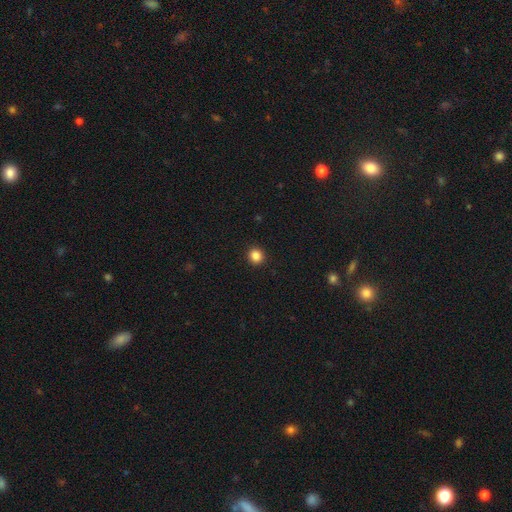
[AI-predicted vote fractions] Q: Smooth or featured?
A: smooth (86%); runner-up: star or artifact (11%)
Q: How rounded?
A: round (88%); runner-up: in between (12%)
Q: Merging?
A: none (93%); runner-up: minor disturbance (5%)